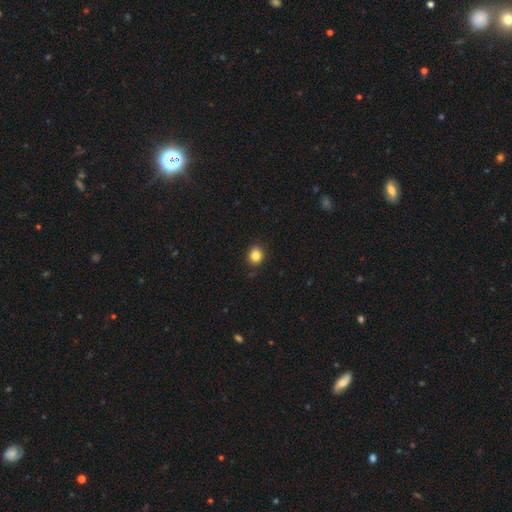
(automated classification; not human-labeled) smooth 83%, star or artifact 11%, featured or disk 6%. Down the decision tree: how rounded — round (73%); merging — none (86%).